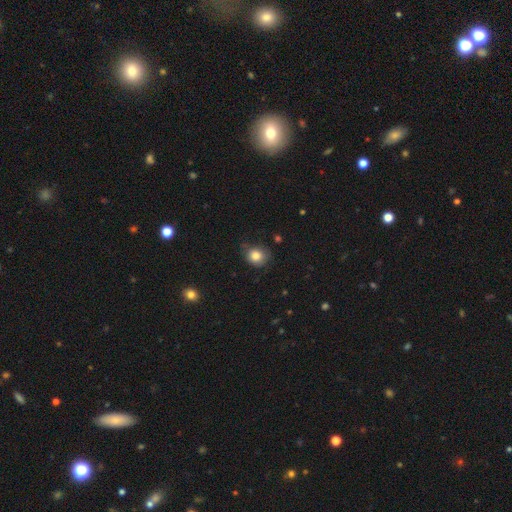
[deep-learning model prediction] A smooth galaxy with no disk features (82%) that is round (73%).

Vote fractions:
- Smooth or featured? smooth: 82% / star or artifact: 10% / featured or disk: 8%
- How rounded? round: 73% / in between: 26% / cigar-shaped: 1%
- Merging? none: 66% / minor disturbance: 26% / major disturbance: 7% / merger: 2%